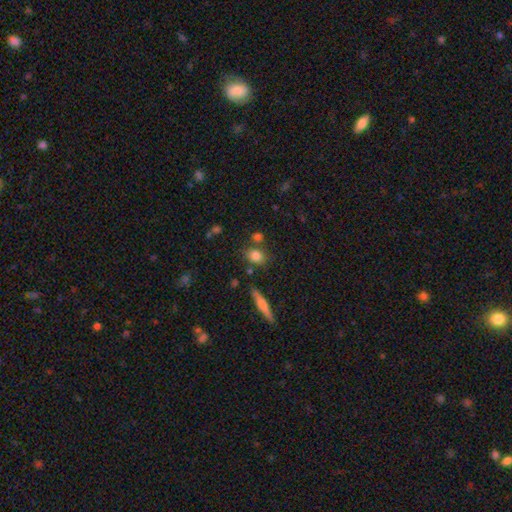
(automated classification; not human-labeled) smooth_or_featured: smooth (p=0.80) [alt: star or artifact p=0.10]
how_rounded: in between (p=0.50) [alt: round p=0.45]
merging: none (p=0.70) [alt: merger p=0.13]